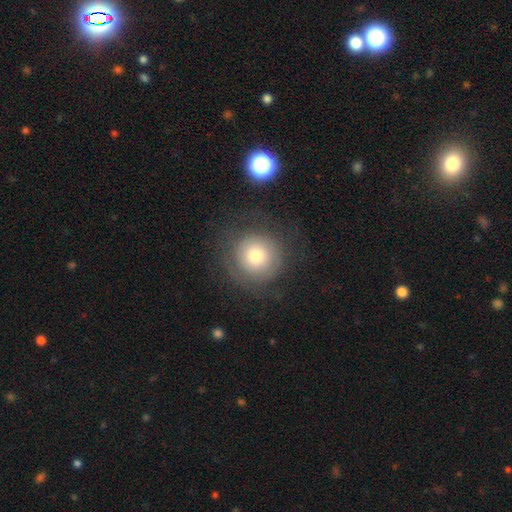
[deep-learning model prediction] Q: Smooth or featured?
A: smooth (68%); runner-up: featured or disk (21%)
Q: How rounded?
A: round (95%); runner-up: in between (4%)
Q: Merging?
A: none (75%); runner-up: minor disturbance (12%)